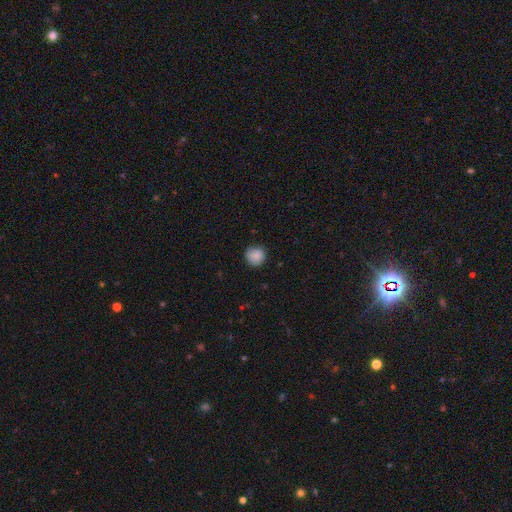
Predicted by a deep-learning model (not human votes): Smooth or featured? Predicted: smooth (p=0.87). How rounded? Predicted: round (p=0.92). Merging? Predicted: none (p=0.84).